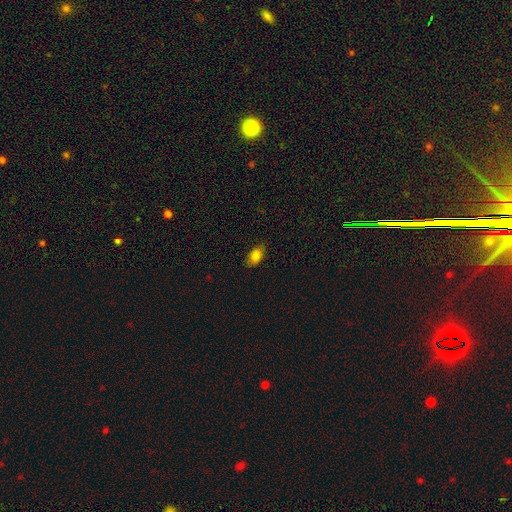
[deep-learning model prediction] Smooth or featured?
  - smooth: 82% *
  - star or artifact: 10%
  - featured or disk: 8%
How rounded?
  - in between: 89% *
  - round: 8%
  - cigar-shaped: 3%
Merging?
  - none: 77% *
  - minor disturbance: 18%
  - major disturbance: 3%
  - merger: 1%